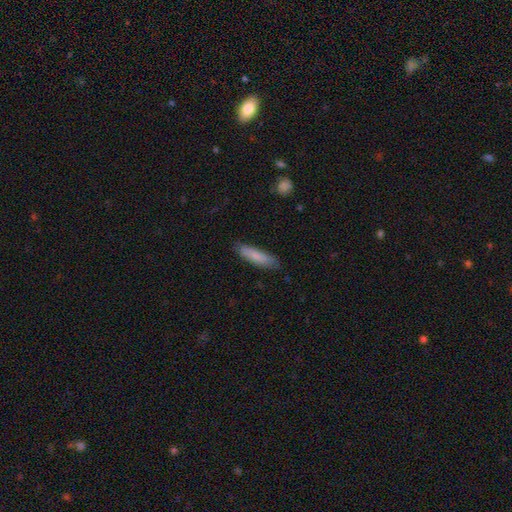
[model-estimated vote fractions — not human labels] Smooth or featured?
  - smooth: 81% *
  - featured or disk: 14%
  - star or artifact: 6%
How rounded?
  - cigar-shaped: 70% *
  - in between: 28%
  - round: 1%
Merging?
  - none: 83% *
  - minor disturbance: 14%
  - major disturbance: 2%
  - merger: 1%